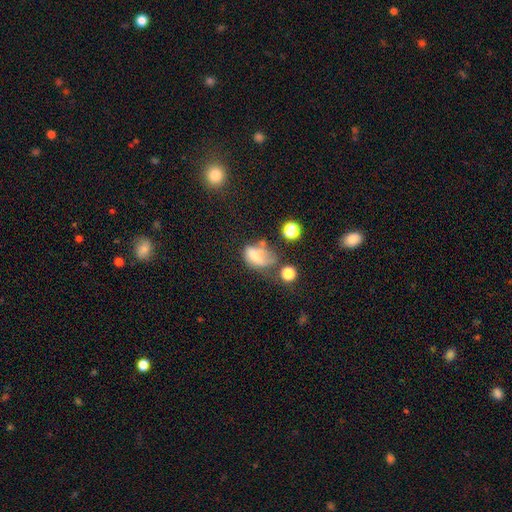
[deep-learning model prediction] Smooth or featured?
  - smooth: 56% *
  - featured or disk: 28%
  - star or artifact: 16%
How rounded?
  - in between: 76% *
  - round: 22%
  - cigar-shaped: 2%
Merging?
  - major disturbance: 35% *
  - minor disturbance: 24%
  - none: 21%
  - merger: 20%